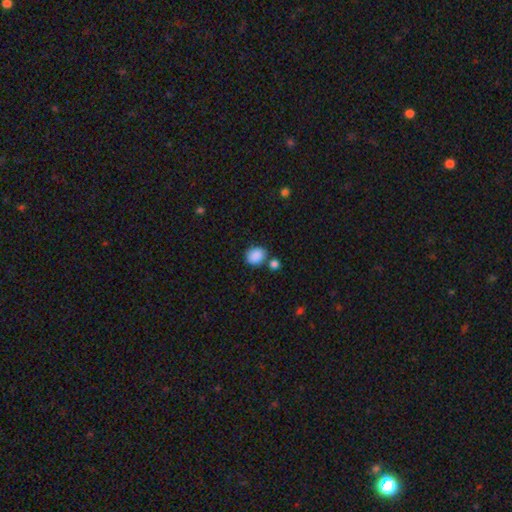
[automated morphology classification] This appears to be a smooth galaxy with no disk features (87%) that is round (56%). Merging: none (68%).